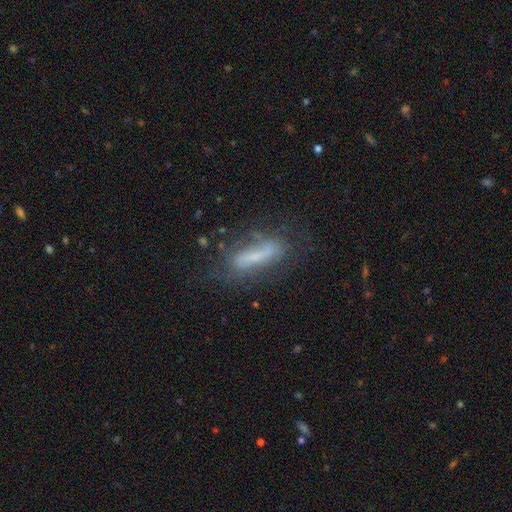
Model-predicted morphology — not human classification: Overall: featured or disk (48%; smooth 41%). Merging: none (57%; minor disturbance 22%).